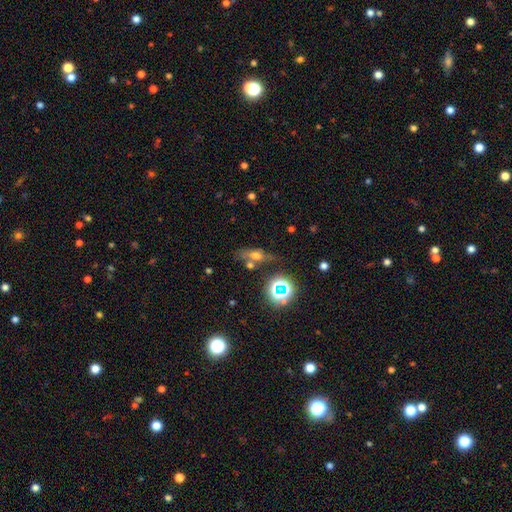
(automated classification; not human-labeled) A smooth galaxy with no disk features (50%).

Vote fractions:
- Smooth or featured? smooth: 50% / featured or disk: 26% / star or artifact: 24%
- Merging? none: 53% / merger: 20% / minor disturbance: 18% / major disturbance: 9%